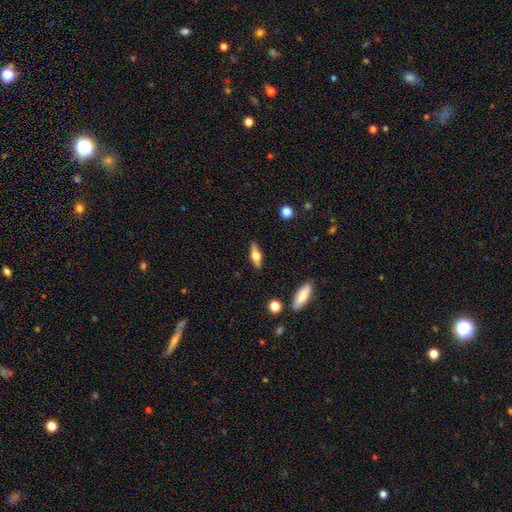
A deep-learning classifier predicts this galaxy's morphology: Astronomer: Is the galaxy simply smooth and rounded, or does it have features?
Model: smooth — 52% (runner-up: featured or disk, 41%).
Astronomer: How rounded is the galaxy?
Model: in between — 58% (runner-up: cigar-shaped, 38%).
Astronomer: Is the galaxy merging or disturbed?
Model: none — 86%.